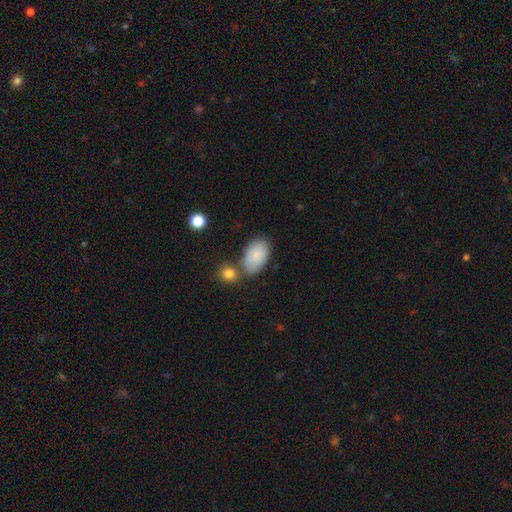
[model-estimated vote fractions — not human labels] smooth 85%, featured or disk 9%, star or artifact 6%. Down the decision tree: how rounded — in between (93%); merging — none (60%).